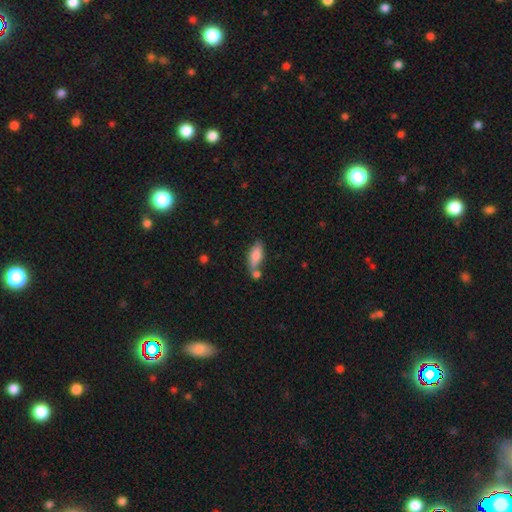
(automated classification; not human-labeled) Smooth or featured? Predicted: smooth (p=0.82). How rounded? Predicted: in between (p=0.74). Merging? Predicted: none (p=0.52).